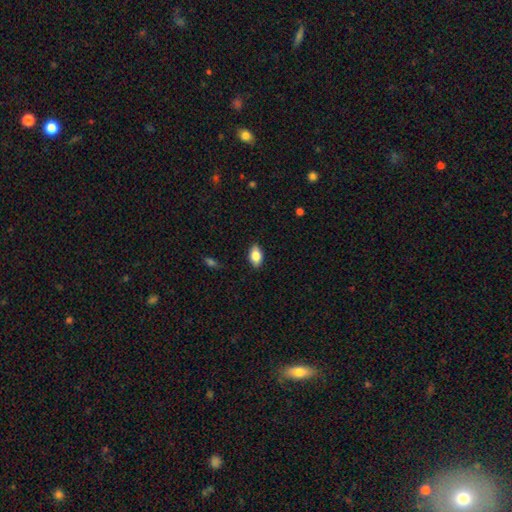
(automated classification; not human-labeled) A smooth galaxy with no disk features (82%) that is in between round and cigar-shaped (90%).

Vote fractions:
- Smooth or featured? smooth: 82% / featured or disk: 11% / star or artifact: 7%
- How rounded? in between: 90% / round: 7% / cigar-shaped: 3%
- Merging? none: 87% / minor disturbance: 10% / major disturbance: 2% / merger: 1%